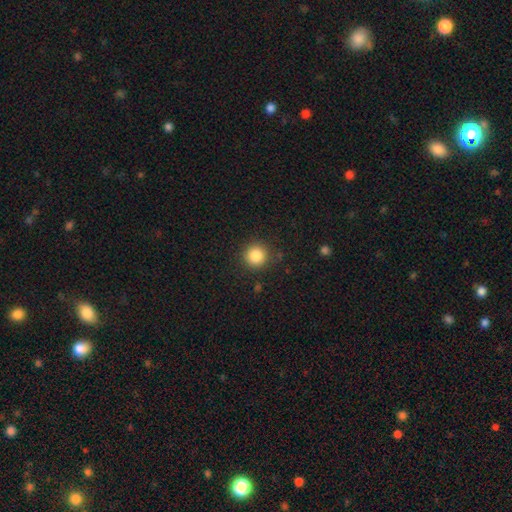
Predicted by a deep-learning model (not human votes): Smooth or featured: smooth — 85% (star or artifact — 11%)
How rounded: round — 93% (in between — 6%)
Merging: none — 88% (minor disturbance — 8%)